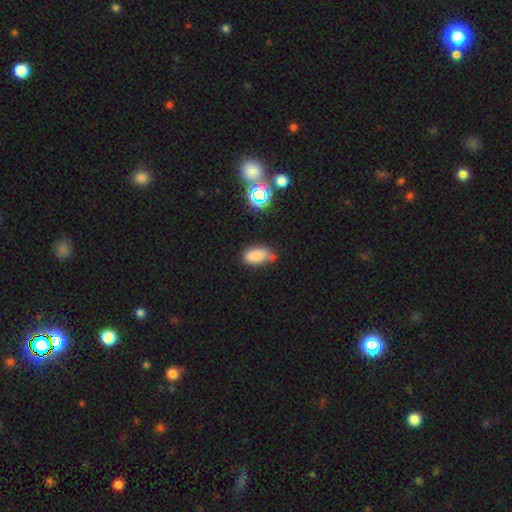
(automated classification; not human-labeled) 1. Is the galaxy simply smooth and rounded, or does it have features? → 80% smooth, 14% star or artifact, 7% featured or disk.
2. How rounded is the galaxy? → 90% in between, 6% round, 5% cigar-shaped.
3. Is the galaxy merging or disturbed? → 66% none, 20% minor disturbance, 9% merger, 5% major disturbance.